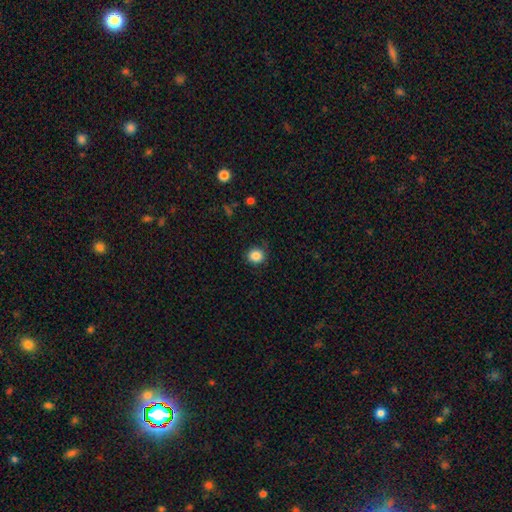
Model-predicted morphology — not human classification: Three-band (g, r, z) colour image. It shows a smooth galaxy with no disk features (85%) that is round (87%). Merging: none (84%).